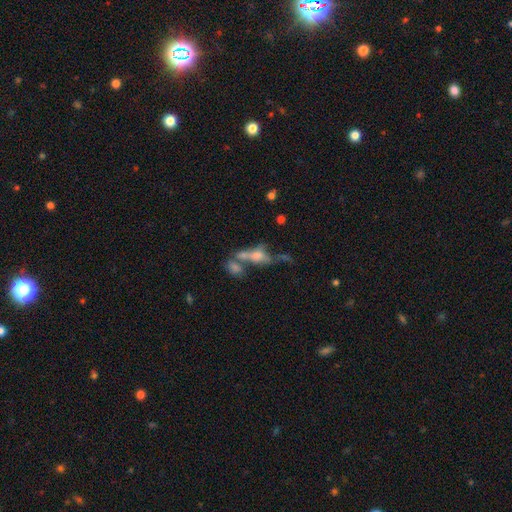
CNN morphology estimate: Overall: smooth (43%; featured or disk 42%). Merging: merger (41%; none 29%).